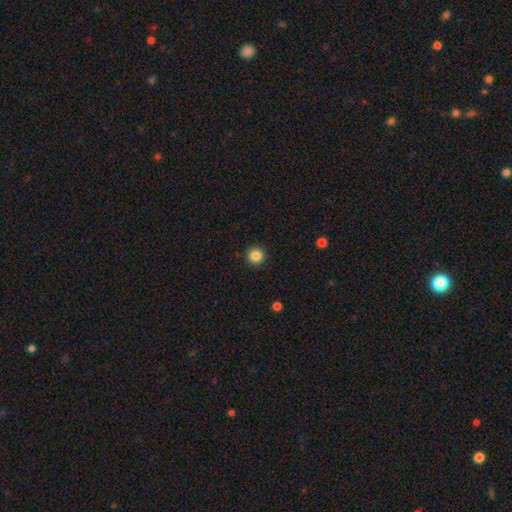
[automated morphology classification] smooth-or-featured: smooth: 85% | star or artifact: 11% | featured or disk: 4%
  how-rounded: round: 94% | in between: 5% | cigar-shaped: 1%
  merging: none: 91% | minor disturbance: 6% | major disturbance: 2% | merger: 1%